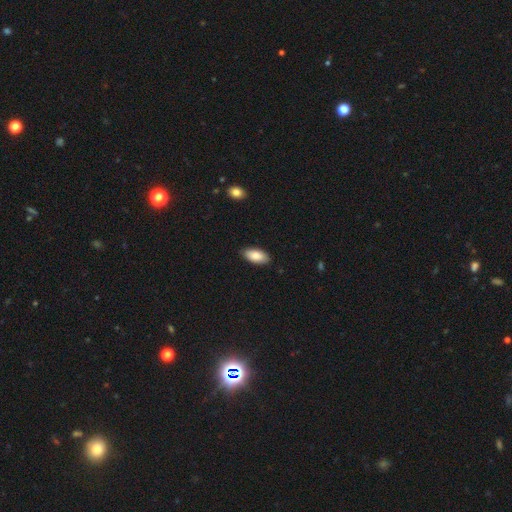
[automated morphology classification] A smooth galaxy with no disk features (86%) that is in between round and cigar-shaped (92%). Merging: none (88%).